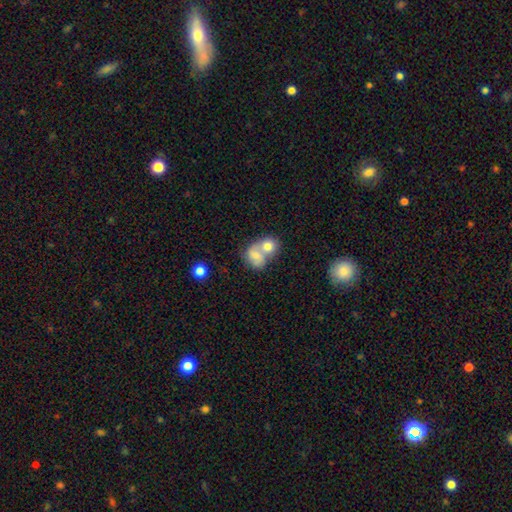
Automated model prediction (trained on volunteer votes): Smooth or featured? smooth (64%)
How rounded? round (53%)
Merging? merger (74%)